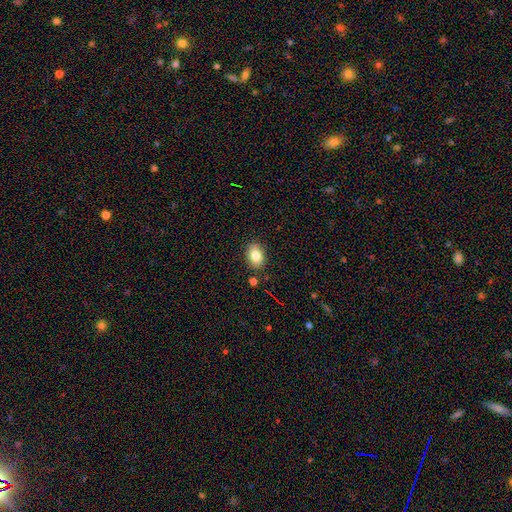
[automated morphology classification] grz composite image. It shows a smooth galaxy with no disk features (83%) that is in between round and cigar-shaped (79%). Merging: none (84%).